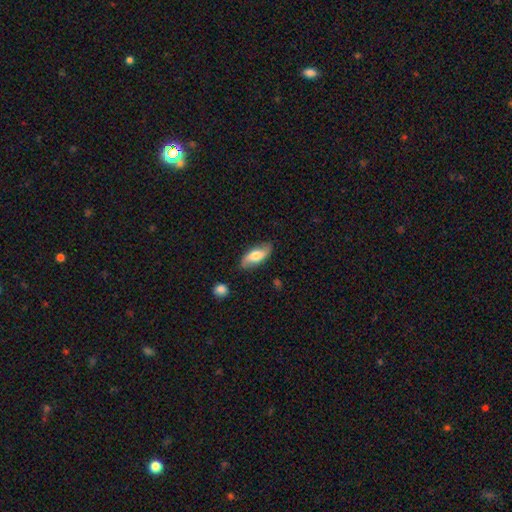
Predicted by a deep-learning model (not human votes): smooth-or-featured: smooth: 60% | featured or disk: 34% | star or artifact: 6%
  how-rounded: in between: 81% | cigar-shaped: 16% | round: 3%
  merging: none: 78% | minor disturbance: 16% | major disturbance: 3% | merger: 2%